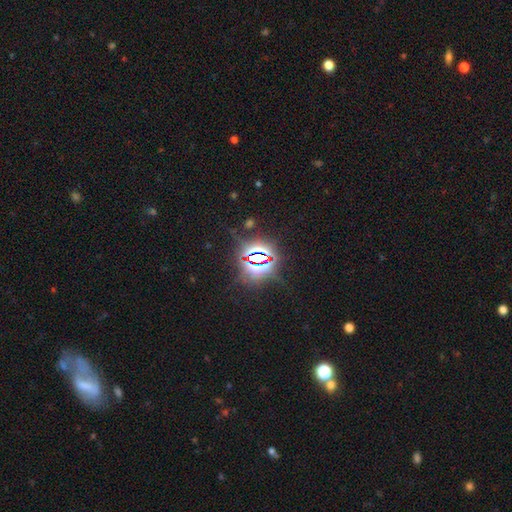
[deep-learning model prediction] This is clearly a star or artifact rather than a galaxy (83%).